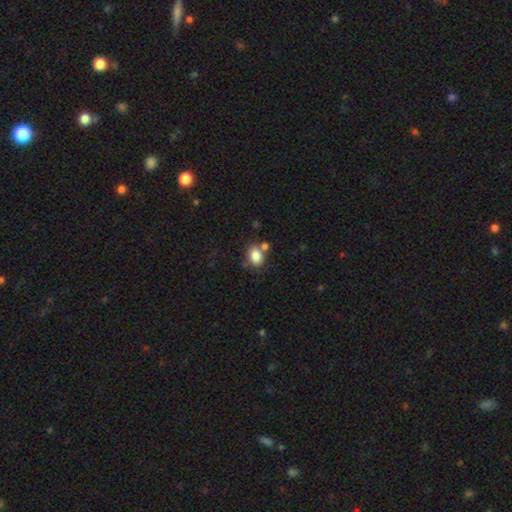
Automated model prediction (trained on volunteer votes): smooth 83%, star or artifact 9%, featured or disk 7%. Down the decision tree: how rounded — in between (67%); merging — none (62%).